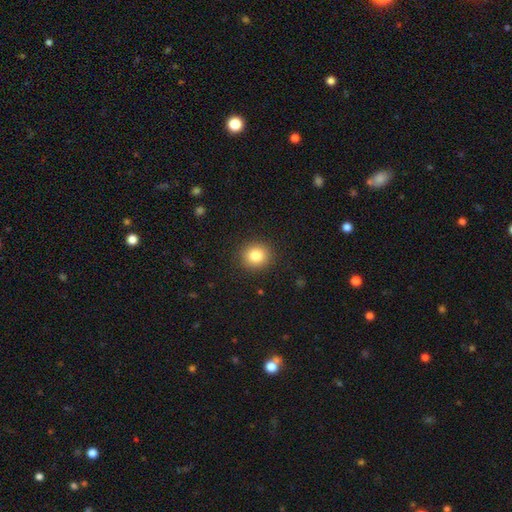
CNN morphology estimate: Smooth or featured? Predicted: smooth (p=0.83). How rounded? Predicted: round (p=0.86). Merging? Predicted: none (p=0.91).